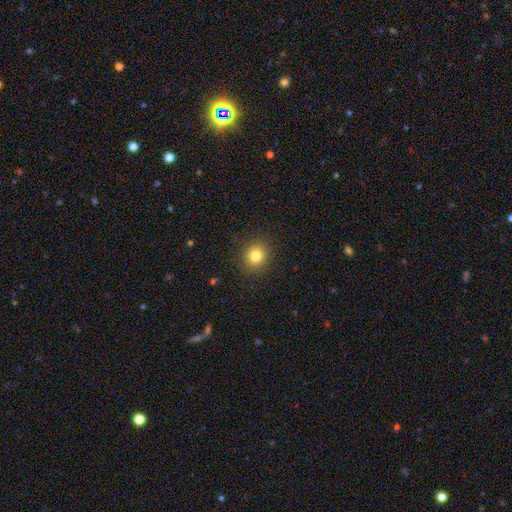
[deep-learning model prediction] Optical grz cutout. It shows a smooth galaxy with no disk features (81%) that is round (83%). Merging: none (90%).